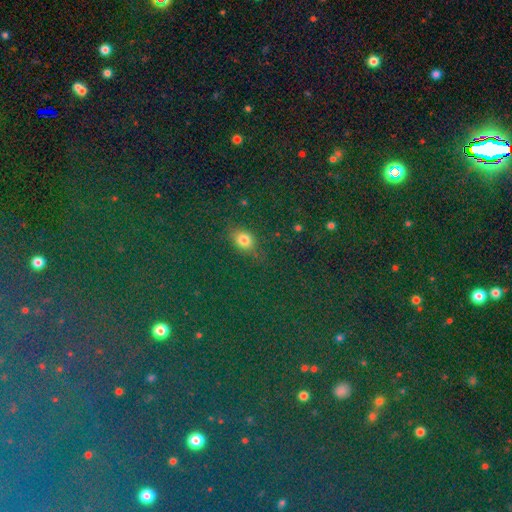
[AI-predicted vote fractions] Smooth or featured?
  - star or artifact: 67% *
  - smooth: 24%
  - featured or disk: 10%